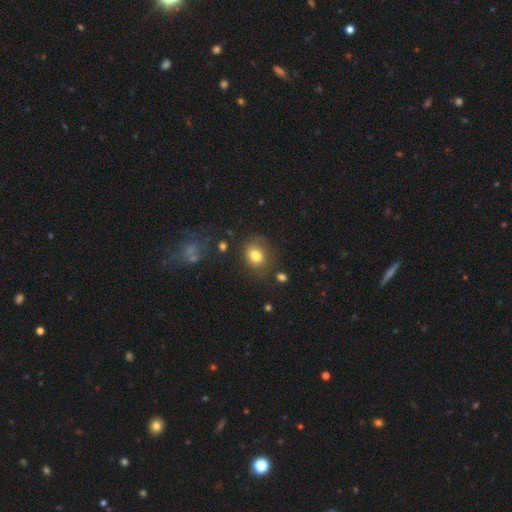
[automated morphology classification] This appears to be a smooth galaxy with no disk features (78%) that is round (50%). Merging: none (72%).